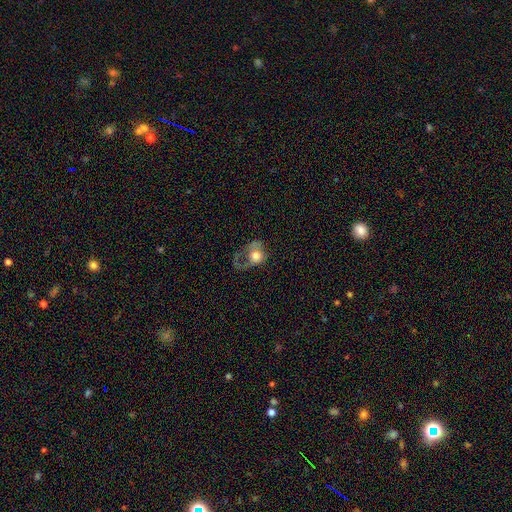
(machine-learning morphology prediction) Smooth or featured? Predicted: smooth (p=0.53). How rounded? Predicted: round (p=0.58). Merging? Predicted: major disturbance (p=0.56).